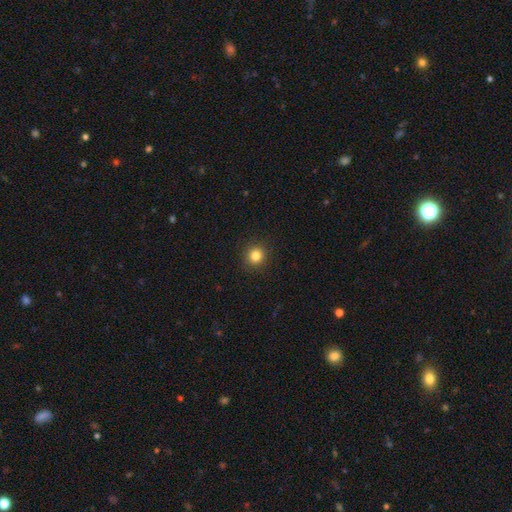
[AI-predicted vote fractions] The model was most divided on "smooth or featured": smooth: 83%, star or artifact: 12%, featured or disk: 5%. More confident: merging — none (92%); how rounded — round (91%).